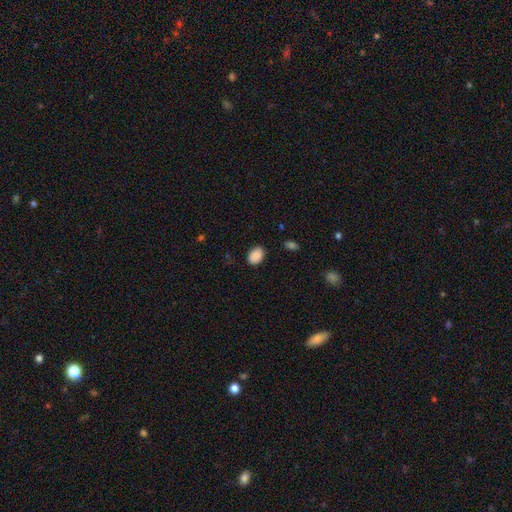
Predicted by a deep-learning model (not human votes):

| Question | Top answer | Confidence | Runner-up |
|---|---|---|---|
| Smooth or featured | smooth | 89% | star or artifact (7%) |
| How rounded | in between | 77% | round (22%) |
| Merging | none | 84% | minor disturbance (12%) |